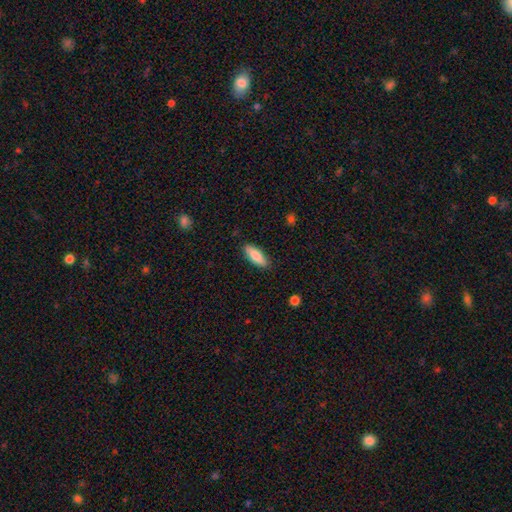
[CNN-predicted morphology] Smooth or featured? smooth (82%)
How rounded? in between (67%)
Merging? none (87%)